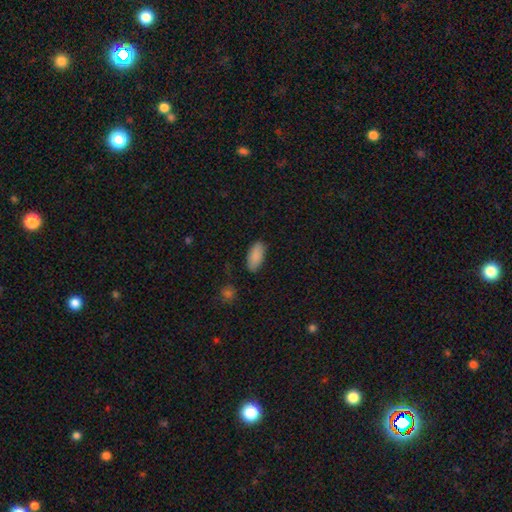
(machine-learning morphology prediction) Overall: smooth (88%). How rounded: in between (91%). Merging: none (85%).